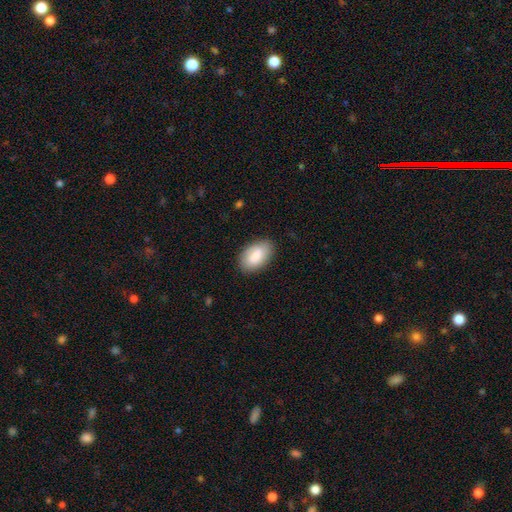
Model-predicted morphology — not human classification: This appears to be a smooth galaxy with no disk features (82%) that is in between round and cigar-shaped (94%). Merging: none (83%).